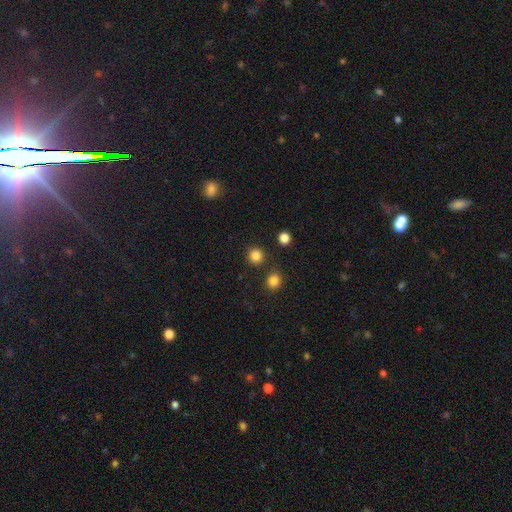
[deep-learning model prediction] The model was most divided on "smooth or featured": smooth: 84%, star or artifact: 12%, featured or disk: 4%. More confident: how rounded — round (92%); merging — none (87%).